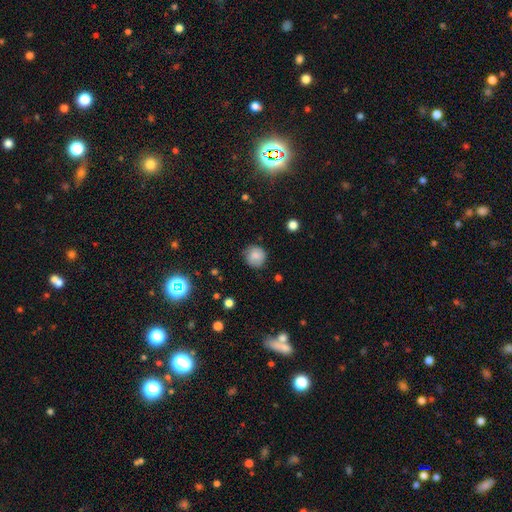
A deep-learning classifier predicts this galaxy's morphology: smooth 80%, featured or disk 10%, star or artifact 10%. Down the decision tree: how rounded — round (91%); merging — none (78%).